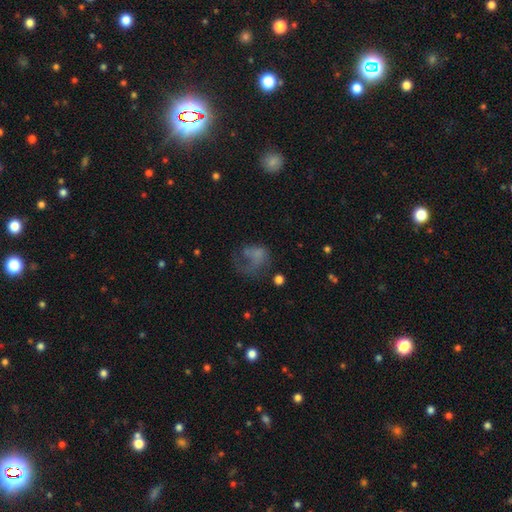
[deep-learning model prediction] Morphology: type=smooth (48%); merging=major disturbance (54%).